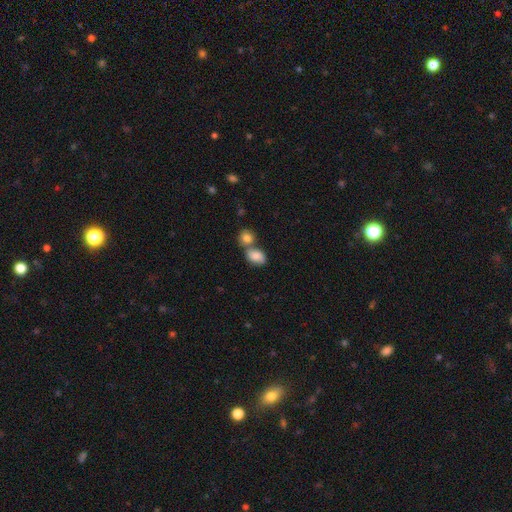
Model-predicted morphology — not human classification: A smooth galaxy with no disk features (83%) that is in between round and cigar-shaped (76%). Merging: merger (51%).